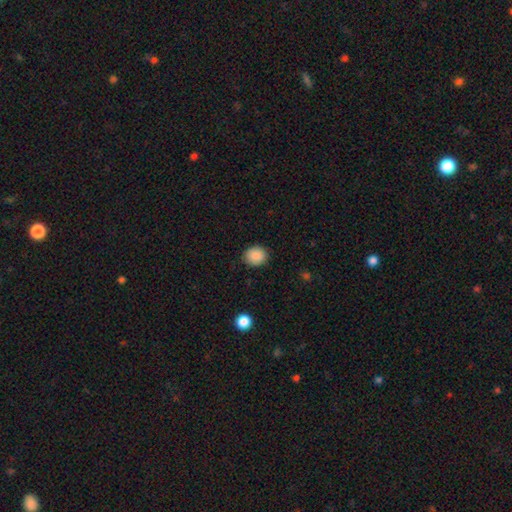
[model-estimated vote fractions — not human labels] The model was most divided on "how rounded": round: 74%, in between: 25%, cigar-shaped: 1%. More confident: smooth or featured — smooth (89%); merging — none (87%).